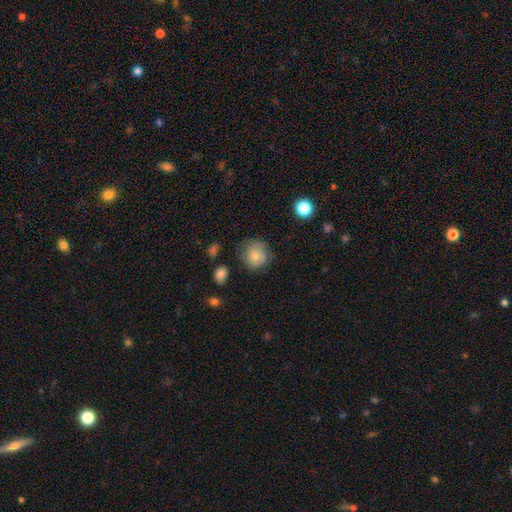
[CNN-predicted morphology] A smooth galaxy with no disk features (71%) that is round (83%). Merging: none (64%).